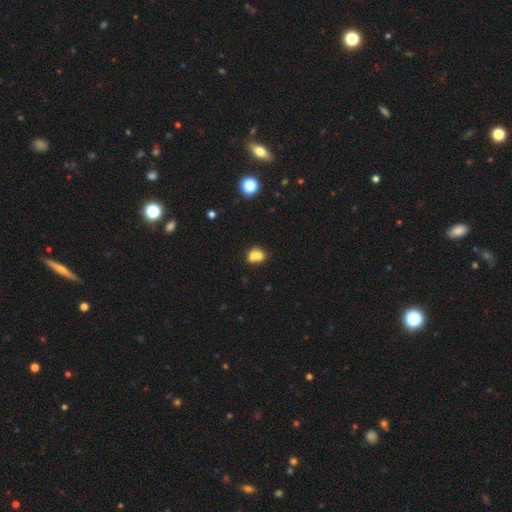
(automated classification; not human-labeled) smooth 69%, featured or disk 19%, star or artifact 11%. Down the decision tree: how rounded — round (61%); merging — merger (62%).